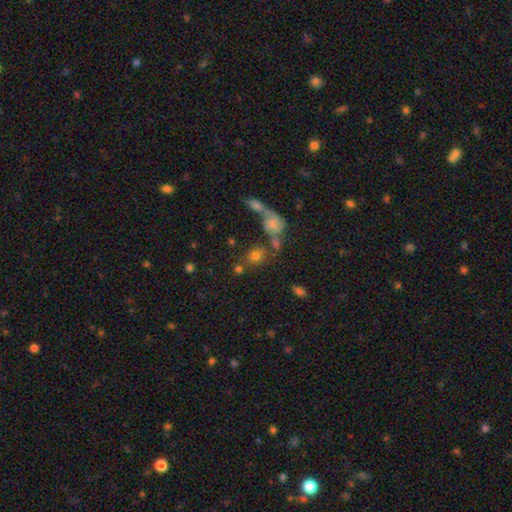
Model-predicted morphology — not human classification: Smooth or featured: smooth — 69% (featured or disk — 17%)
How rounded: in between — 51% (round — 46%)
Merging: none — 48% (merger — 31%)